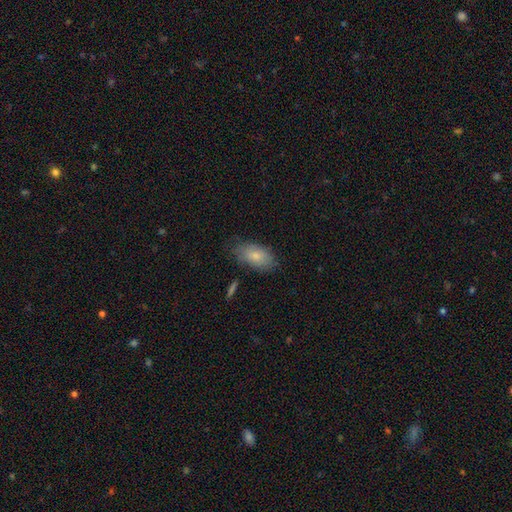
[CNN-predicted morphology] This is clearly a smooth galaxy (82%). How rounded: clearly in between (93%). Merging: likely none (75%).